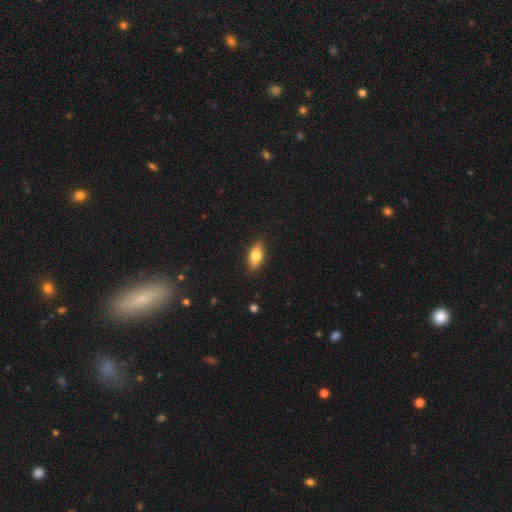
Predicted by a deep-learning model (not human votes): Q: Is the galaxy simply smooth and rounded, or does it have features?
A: smooth — 76%.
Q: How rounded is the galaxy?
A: in between — 83%.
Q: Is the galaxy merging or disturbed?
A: none — 87%.